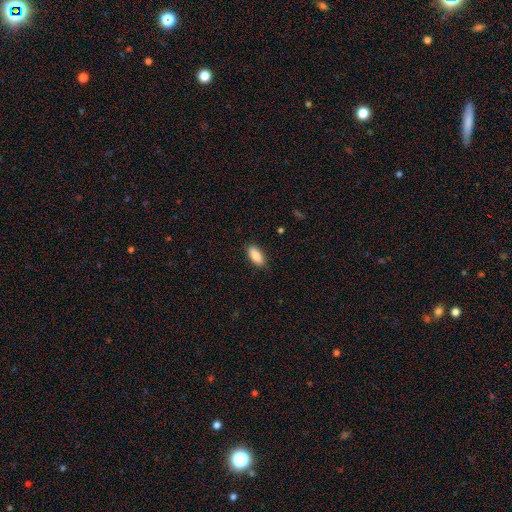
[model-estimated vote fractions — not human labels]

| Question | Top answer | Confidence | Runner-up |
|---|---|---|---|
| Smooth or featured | smooth | 88% | star or artifact (6%) |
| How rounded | in between | 85% | cigar-shaped (13%) |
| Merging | none | 86% | minor disturbance (11%) |